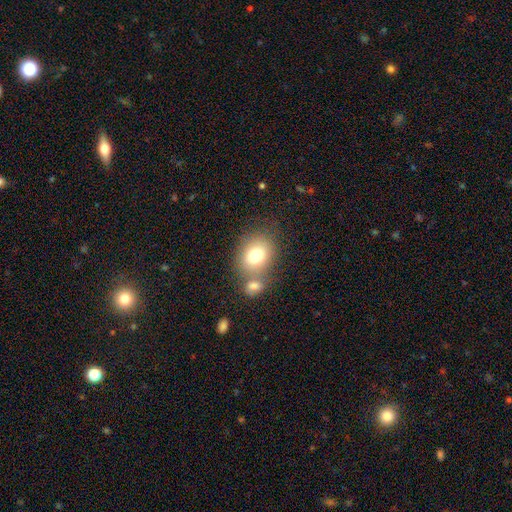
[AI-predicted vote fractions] This appears to be a smooth galaxy with no disk features (78%) that is round (50%). Merging: none (50%).